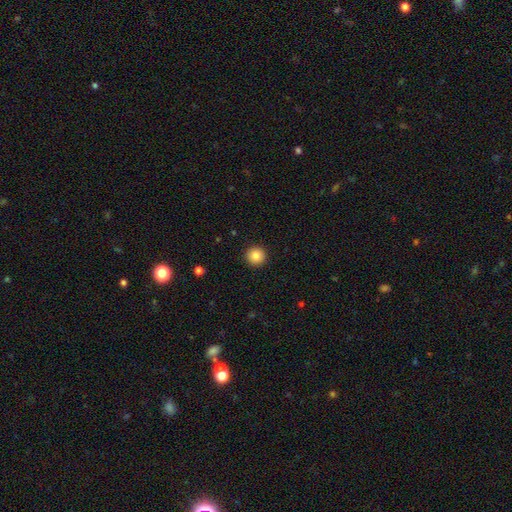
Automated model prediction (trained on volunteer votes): smooth 85%, star or artifact 10%, featured or disk 5%. Down the decision tree: how rounded — round (95%); merging — none (93%).